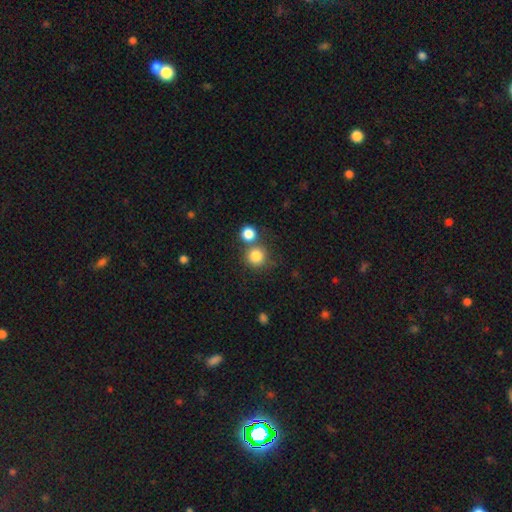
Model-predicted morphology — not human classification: Smooth or featured: smooth — 83% (star or artifact — 11%)
How rounded: round — 92% (in between — 7%)
Merging: none — 66% (merger — 22%)